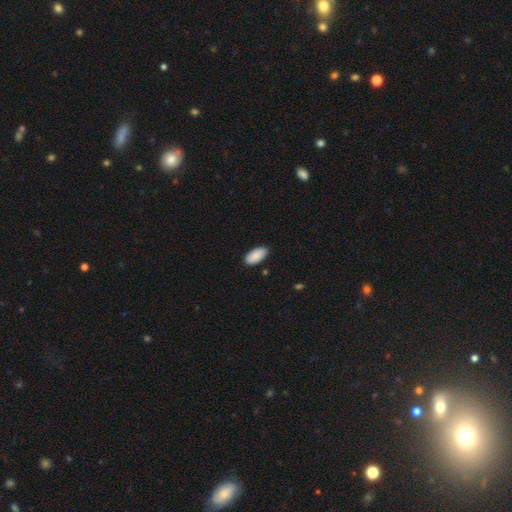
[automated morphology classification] type=smooth (90%); roundness=in between (94%); merging=none (86%).